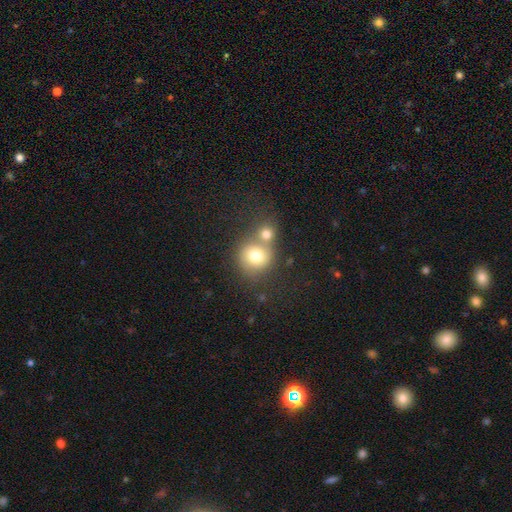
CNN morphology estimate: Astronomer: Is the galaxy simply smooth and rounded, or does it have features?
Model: smooth — 74%.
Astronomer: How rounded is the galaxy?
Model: round — 83%.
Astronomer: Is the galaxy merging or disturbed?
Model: merger — 50% (runner-up: none, 38%).